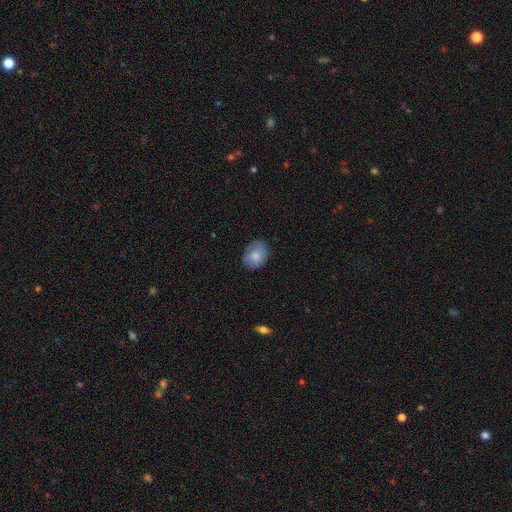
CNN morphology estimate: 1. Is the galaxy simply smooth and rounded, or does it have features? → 77% smooth, 16% featured or disk, 7% star or artifact.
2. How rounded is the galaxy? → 62% in between, 37% round, 1% cigar-shaped.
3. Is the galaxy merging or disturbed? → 68% none, 24% minor disturbance, 6% major disturbance, 1% merger.